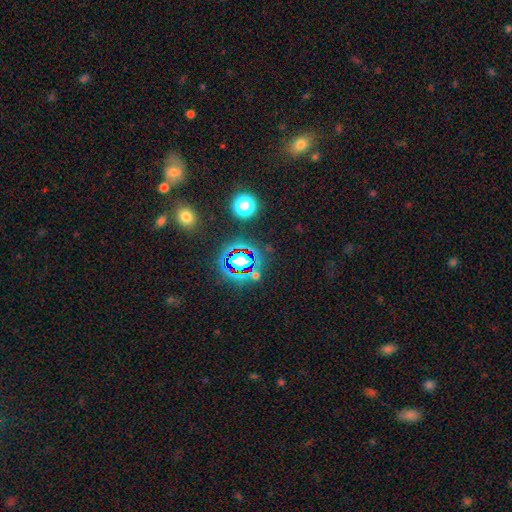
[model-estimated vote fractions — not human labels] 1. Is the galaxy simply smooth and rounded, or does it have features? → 76% star or artifact, 15% smooth, 8% featured or disk.